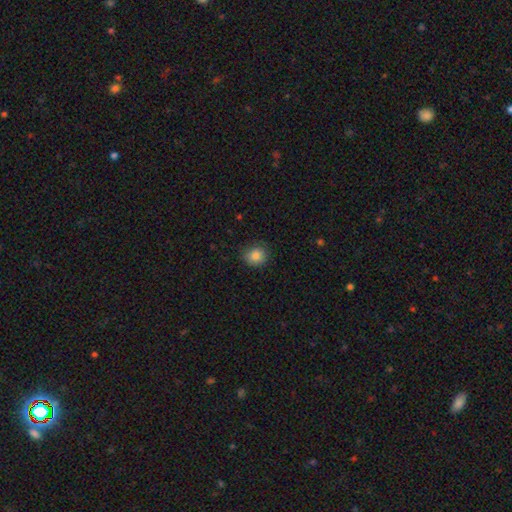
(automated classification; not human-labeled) smooth_or_featured: smooth (p=0.84) [alt: star or artifact p=0.10]
how_rounded: round (p=0.84) [alt: in between p=0.15]
merging: none (p=0.83) [alt: minor disturbance p=0.13]